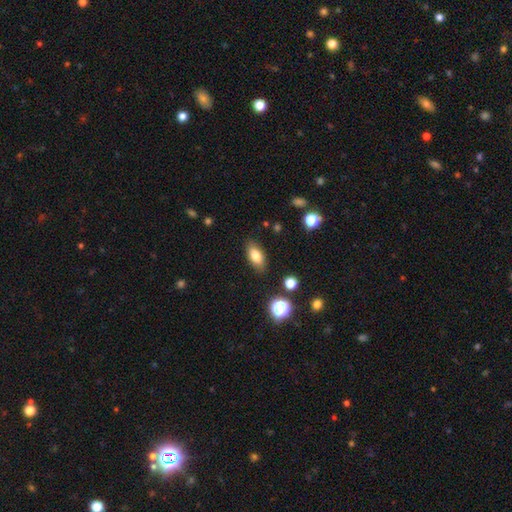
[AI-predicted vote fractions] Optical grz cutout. It shows a smooth galaxy with no disk features (79%) that is in between round and cigar-shaped (85%). Merging: none (84%).